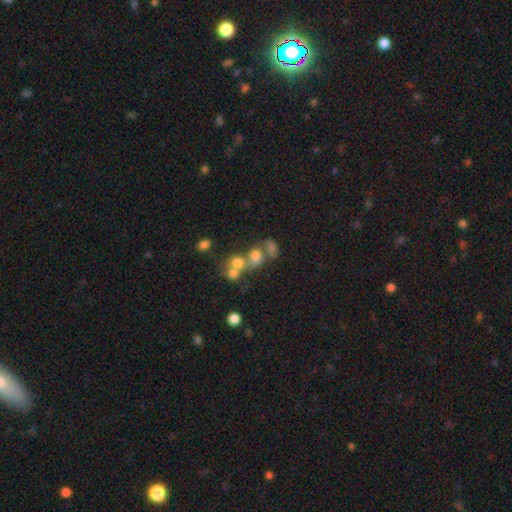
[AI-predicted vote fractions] Overall: smooth (62%). How rounded: round (57%; in between 41%). Merging: merger (53%; none 29%).